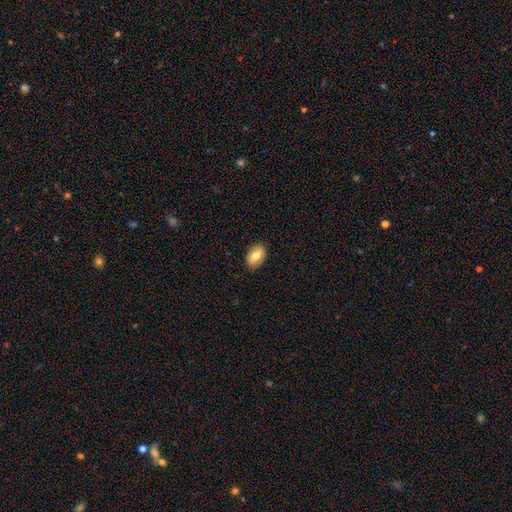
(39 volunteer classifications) Smooth or featured? 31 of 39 (79%) said smooth. How rounded? 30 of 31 (97%) said in between. Merging? 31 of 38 (82%) said none.